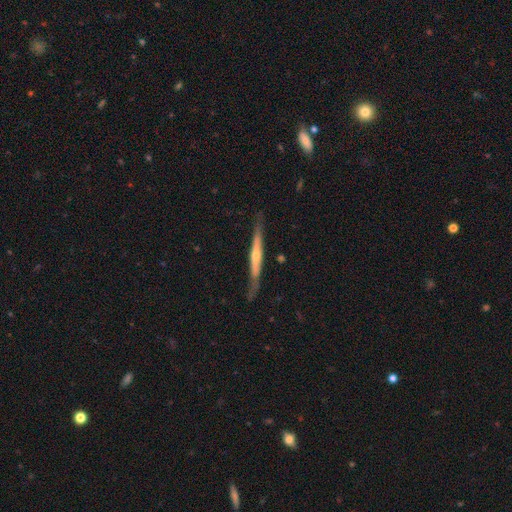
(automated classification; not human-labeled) Overall: featured or disk (67%; smooth 28%). Edge-on disk: yes (94%). Edge-on bulge: rounded (55%; none 37%). Merging: none (77%).